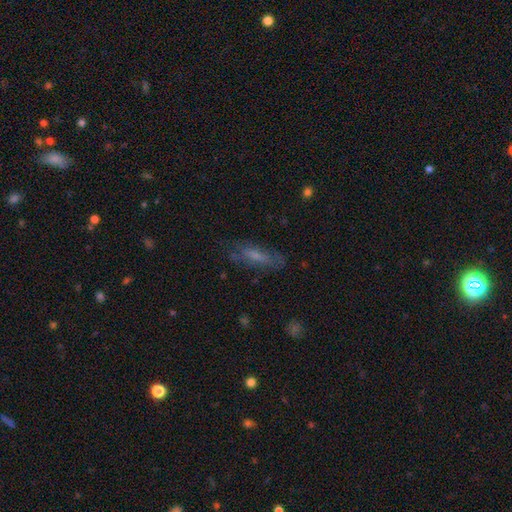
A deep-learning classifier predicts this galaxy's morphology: The model was most divided on "smooth or featured": smooth: 50%, featured or disk: 39%, star or artifact: 11%. More confident: merging — none (70%).